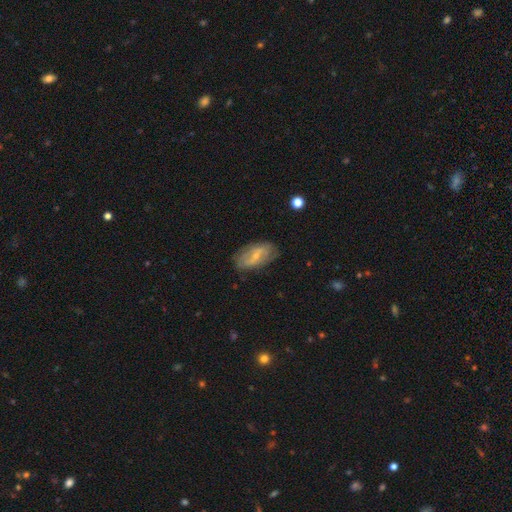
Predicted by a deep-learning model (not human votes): Smooth or featured? featured or disk (60%)
Edge-on disk? no (91%)
Bar? weak (46%)
Spiral arms? yes (64%)
Bulge size? small (67%)
Merging? none (72%)